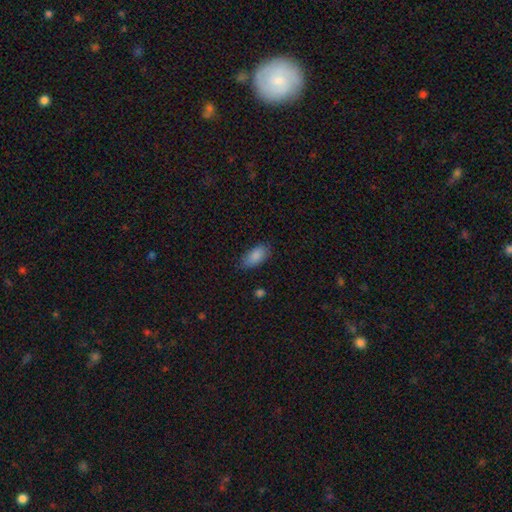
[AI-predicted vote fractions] Overall: smooth (88%). How rounded: in between (91%). Merging: none (80%).